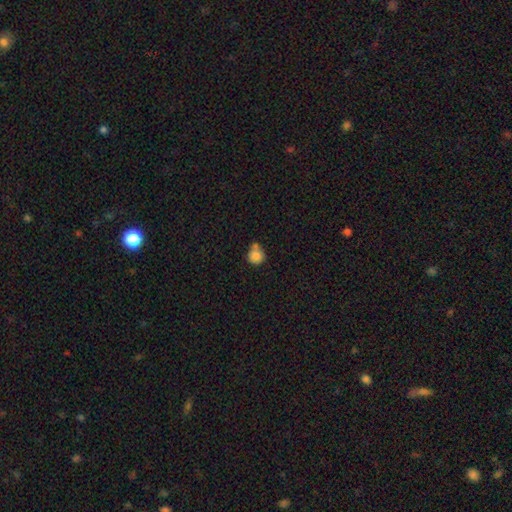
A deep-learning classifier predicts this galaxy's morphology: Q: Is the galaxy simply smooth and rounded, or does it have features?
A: smooth — 83%.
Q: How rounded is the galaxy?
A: round — 88%.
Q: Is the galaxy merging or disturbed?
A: none — 49%.